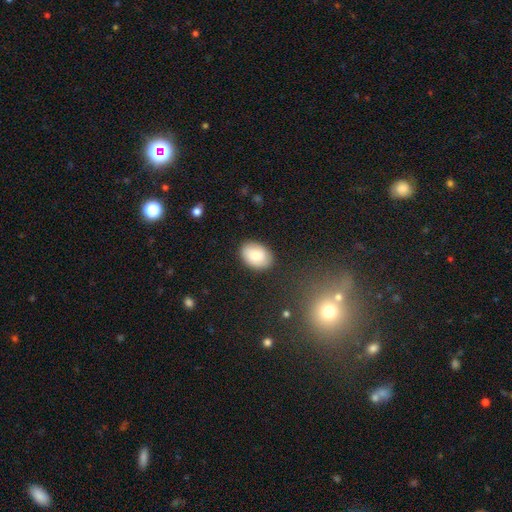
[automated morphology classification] Overall: smooth (83%). How rounded: in between (81%). Merging: none (86%).